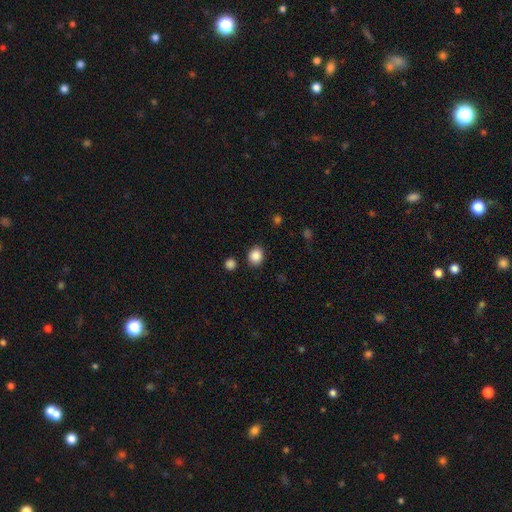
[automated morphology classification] A smooth galaxy with no disk features (87%) that is round (67%). Merging: none (85%).